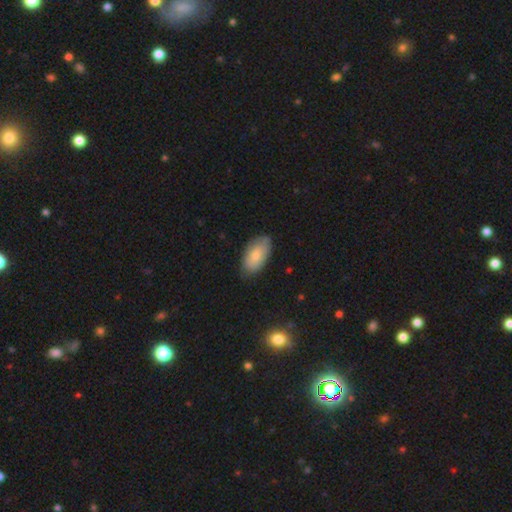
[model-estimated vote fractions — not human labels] A smooth galaxy with no disk features (75%) that is in between round and cigar-shaped (95%). Merging: none (75%).